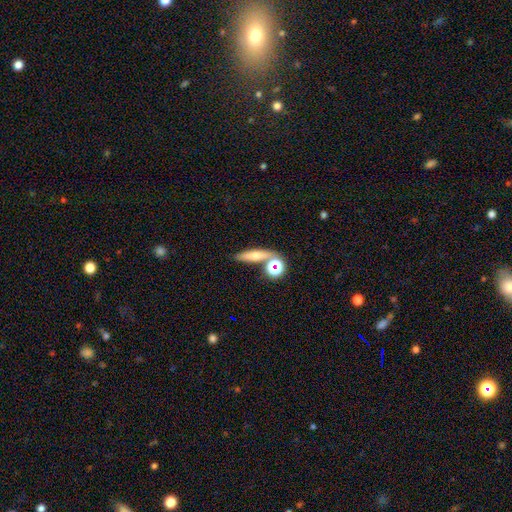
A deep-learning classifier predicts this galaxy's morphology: This appears to be a smooth galaxy with no disk features (59%) that is cigar-shaped (56%). Merging: none (66%).